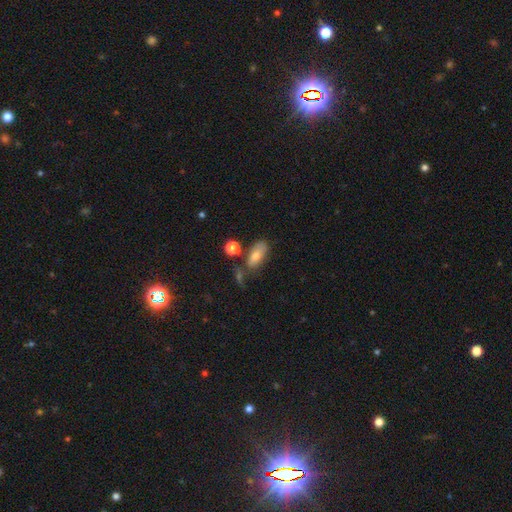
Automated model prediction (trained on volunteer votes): Overall: smooth (73%). How rounded: in between (82%). Merging: none (58%; minor disturbance 21%).